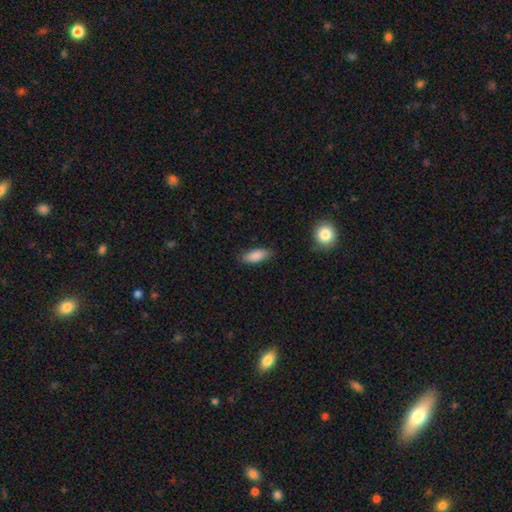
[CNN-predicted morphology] A smooth galaxy with no disk features (87%) that is in between round and cigar-shaped (78%).

Vote fractions:
- Smooth or featured? smooth: 87% / star or artifact: 7% / featured or disk: 6%
- How rounded? in between: 78% / cigar-shaped: 20% / round: 2%
- Merging? none: 83% / minor disturbance: 13% / major disturbance: 3% / merger: 1%